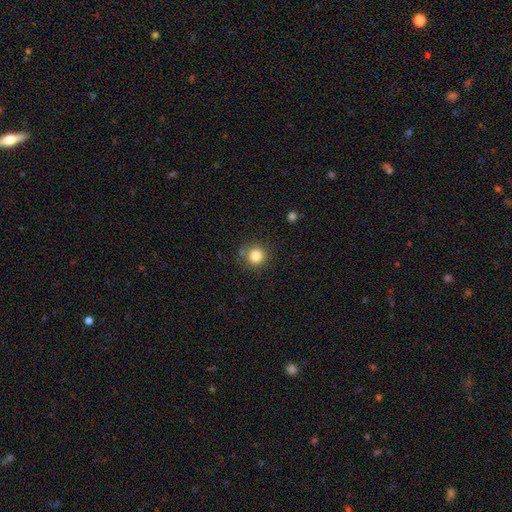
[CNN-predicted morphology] type=smooth (82%); roundness=round (93%); merging=none (82%).